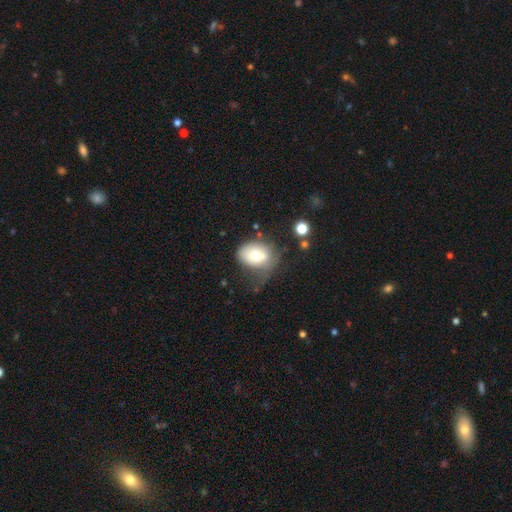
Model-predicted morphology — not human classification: Smooth or featured?
  - smooth: 67% *
  - featured or disk: 24%
  - star or artifact: 9%
How rounded?
  - in between: 57% *
  - round: 42%
  - cigar-shaped: 1%
Merging?
  - none: 35% *
  - minor disturbance: 34%
  - major disturbance: 25%
  - merger: 6%